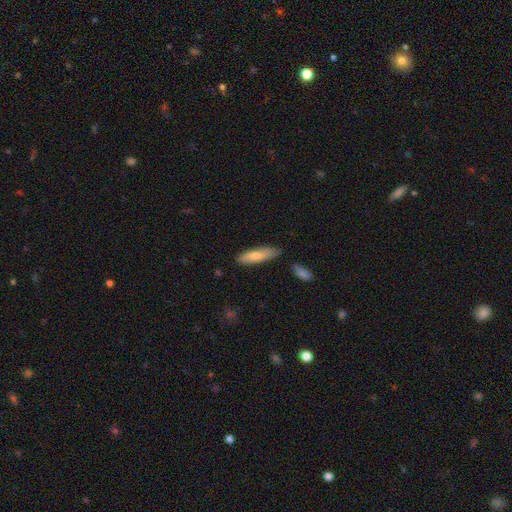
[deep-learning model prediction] This appears to be a smooth galaxy with no disk features (77%) that is cigar-shaped (63%). Merging: none (77%).